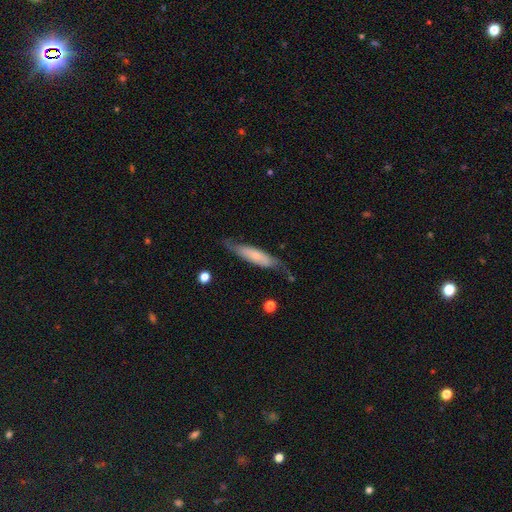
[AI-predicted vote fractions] The model was most divided on "smooth or featured": smooth: 48%, featured or disk: 46%, star or artifact: 6%. More confident: merging — none (68%).